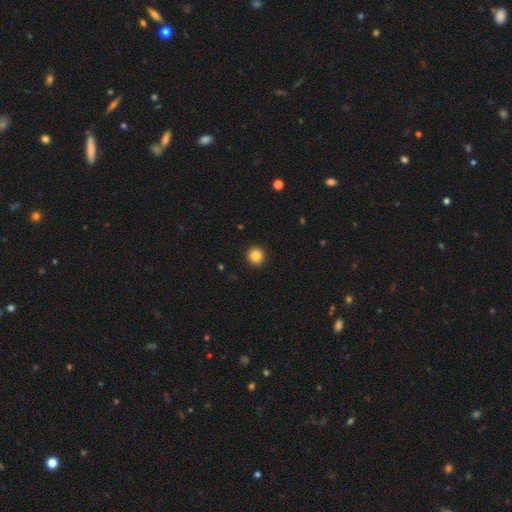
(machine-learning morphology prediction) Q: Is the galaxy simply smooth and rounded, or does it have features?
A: smooth — 86%.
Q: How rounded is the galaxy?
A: round — 94%.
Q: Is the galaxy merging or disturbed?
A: none — 92%.